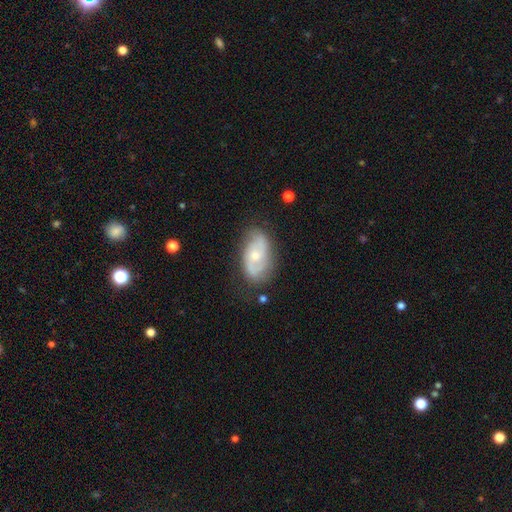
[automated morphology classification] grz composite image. It shows a featured or disk galaxy (73%) with no bar (66%), 2 (74%) medium (45%) spiral arms (89%) and a small central bulge (48%, tied with moderate). Merging: none (73%).